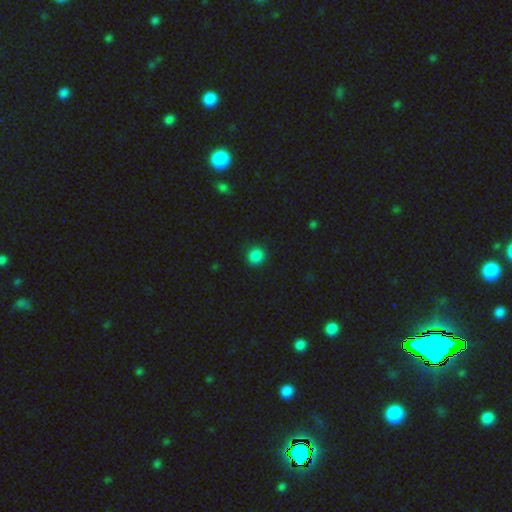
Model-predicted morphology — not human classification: Smooth or featured? Predicted: smooth (p=0.86). How rounded? Predicted: round (p=0.85). Merging? Predicted: none (p=0.90).